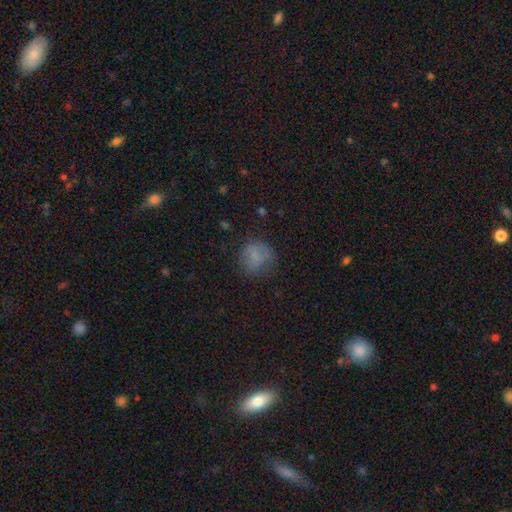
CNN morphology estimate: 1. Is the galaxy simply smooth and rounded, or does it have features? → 73% smooth, 15% featured or disk, 12% star or artifact.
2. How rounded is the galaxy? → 76% round, 23% in between, 1% cigar-shaped.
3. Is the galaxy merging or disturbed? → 61% none, 23% minor disturbance, 13% major disturbance, 2% merger.